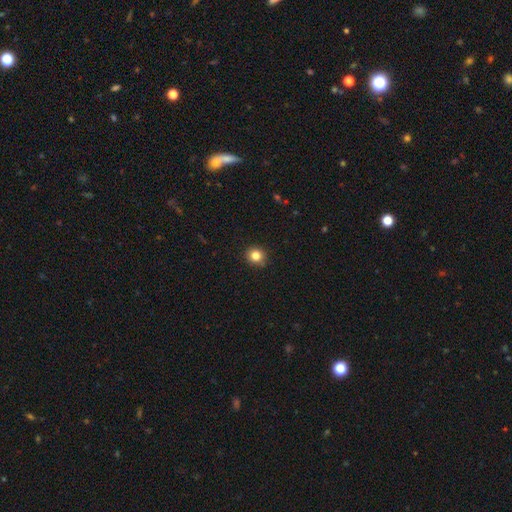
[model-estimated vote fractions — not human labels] smooth_or_featured: smooth (p=0.83) [alt: star or artifact p=0.12]
how_rounded: round (p=0.89) [alt: in between p=0.10]
merging: none (p=0.91) [alt: minor disturbance p=0.07]